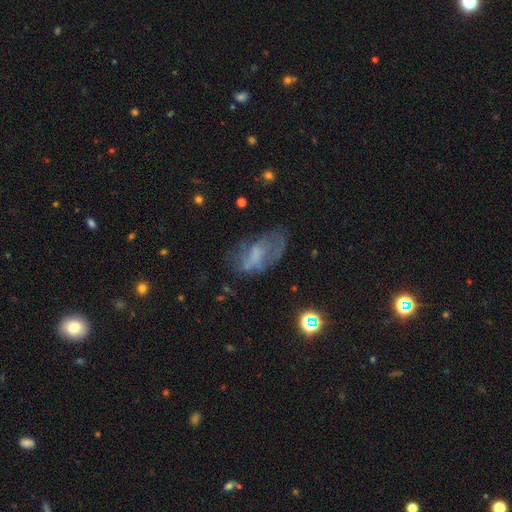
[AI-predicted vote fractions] smooth_or_featured: featured or disk (p=0.47) [alt: smooth p=0.38]
merging: none (p=0.45) [alt: major disturbance p=0.26]